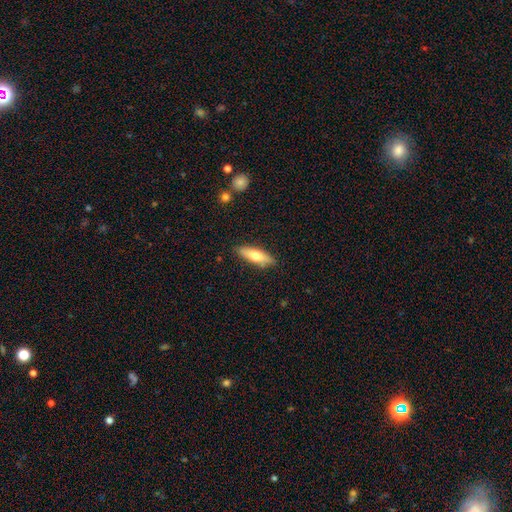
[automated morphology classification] A smooth galaxy with no disk features (62%) that is cigar-shaped (51%). Merging: none (86%).